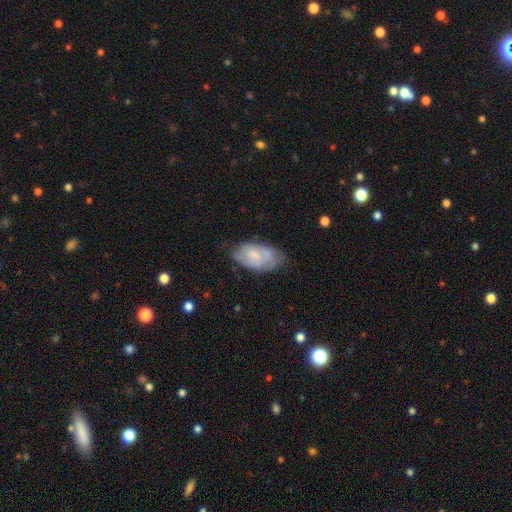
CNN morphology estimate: smooth-or-featured: smooth: 54% | featured or disk: 38% | star or artifact: 7%
  how-rounded: in between: 93% | round: 4% | cigar-shaped: 3%
  merging: none: 56% | minor disturbance: 31% | major disturbance: 10% | merger: 3%